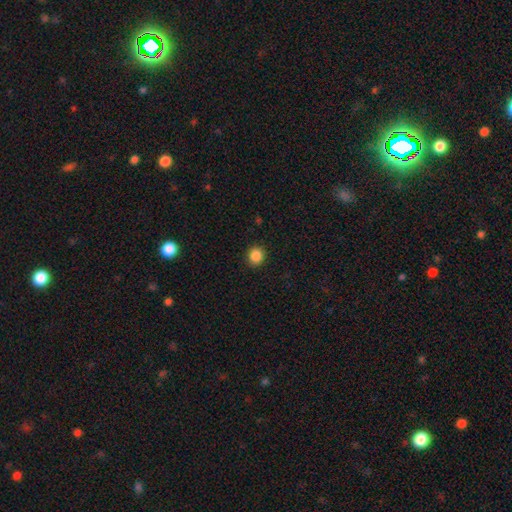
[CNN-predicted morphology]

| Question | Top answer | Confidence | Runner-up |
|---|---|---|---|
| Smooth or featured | smooth | 87% | star or artifact (10%) |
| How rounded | round | 86% | in between (13%) |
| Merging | none | 91% | minor disturbance (6%) |